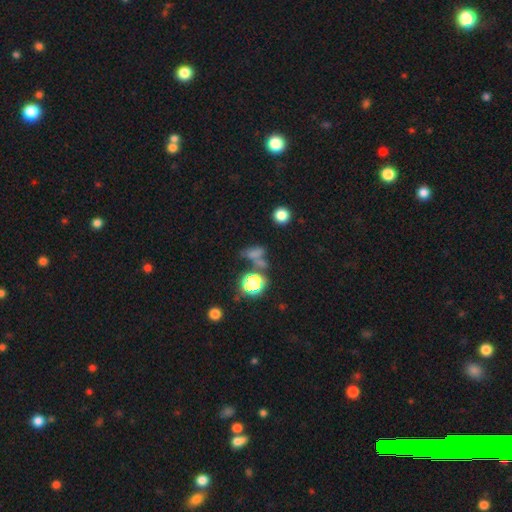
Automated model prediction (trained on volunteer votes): Morphology: type=smooth (59%); roundness=in between (51%); merging=none (41%).